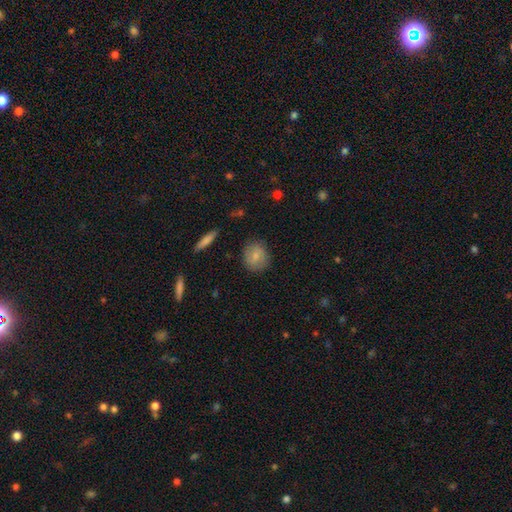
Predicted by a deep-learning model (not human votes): Smooth or featured?
  - smooth: 75% *
  - featured or disk: 17%
  - star or artifact: 7%
How rounded?
  - round: 73% *
  - in between: 26%
  - cigar-shaped: 2%
Merging?
  - none: 84% *
  - minor disturbance: 12%
  - major disturbance: 3%
  - merger: 1%